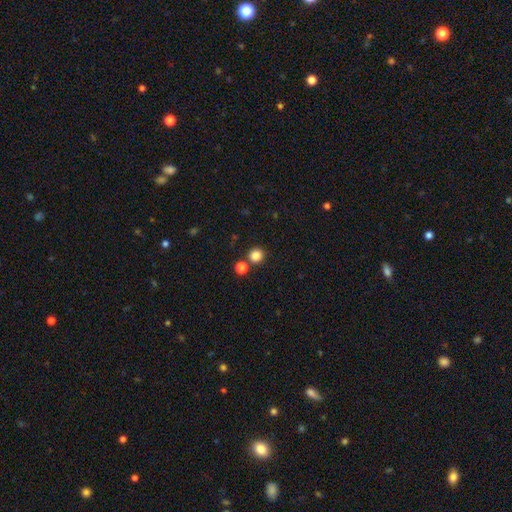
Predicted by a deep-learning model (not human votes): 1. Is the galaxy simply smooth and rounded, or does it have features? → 83% smooth, 13% star or artifact, 4% featured or disk.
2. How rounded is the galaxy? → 92% round, 7% in between, 1% cigar-shaped.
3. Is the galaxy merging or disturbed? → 79% none, 12% merger, 7% minor disturbance, 2% major disturbance.